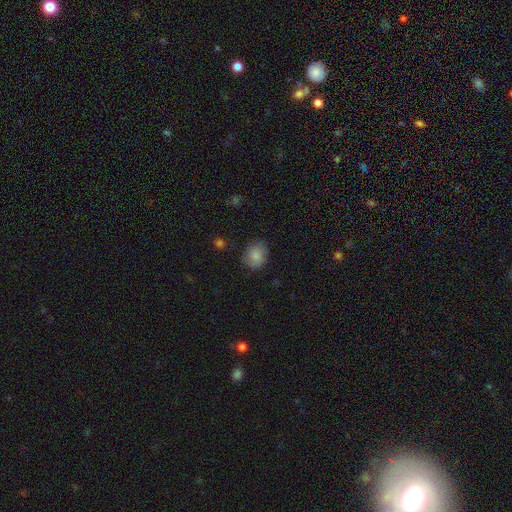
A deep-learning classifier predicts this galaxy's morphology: The model was most divided on "how rounded": round: 60%, in between: 40%, cigar-shaped: 1%. More confident: smooth or featured — smooth (85%); merging — none (79%).